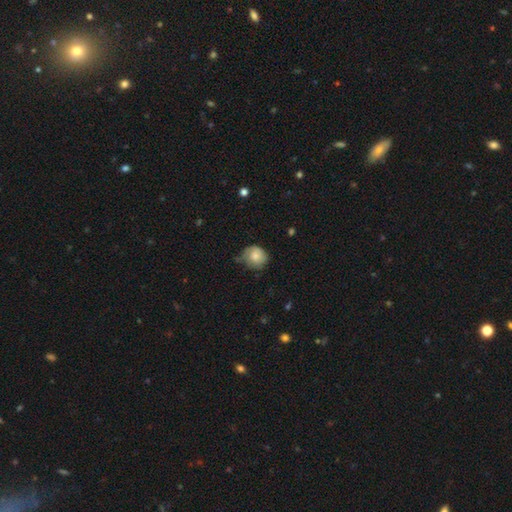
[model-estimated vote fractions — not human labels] A smooth galaxy with no disk features (74%) that is round (78%). Merging: none (51%).